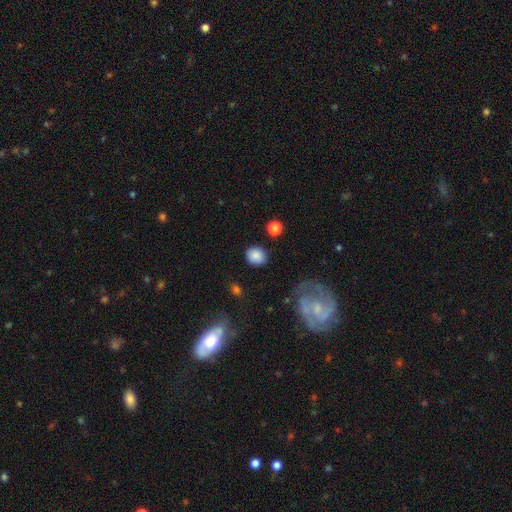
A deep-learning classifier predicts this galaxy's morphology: A smooth galaxy with no disk features (84%) that is round (73%).

Vote fractions:
- Smooth or featured? smooth: 84% / star or artifact: 9% / featured or disk: 6%
- How rounded? round: 73% / in between: 26% / cigar-shaped: 1%
- Merging? none: 84% / minor disturbance: 10% / major disturbance: 4% / merger: 2%